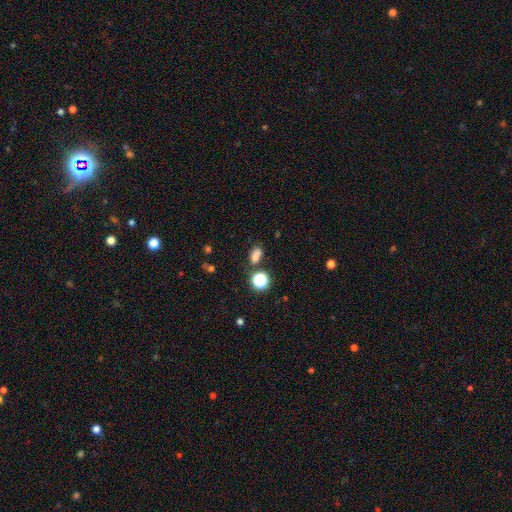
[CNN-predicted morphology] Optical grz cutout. It shows a smooth galaxy with no disk features (73%) that is in between round and cigar-shaped (76%). Merging: none (69%).